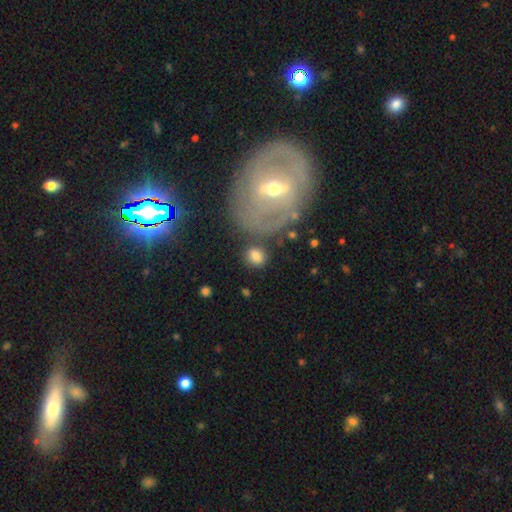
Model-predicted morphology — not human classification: smooth 79%, featured or disk 13%, star or artifact 8%. Down the decision tree: how rounded — round (67%); merging — none (74%).